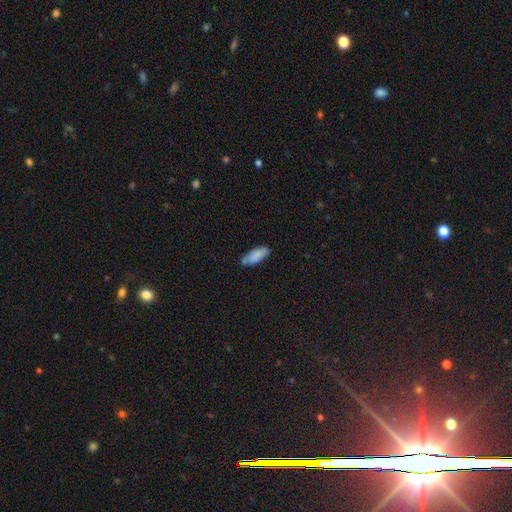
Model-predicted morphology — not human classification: type=smooth (82%); roundness=in between (69%); merging=none (72%).